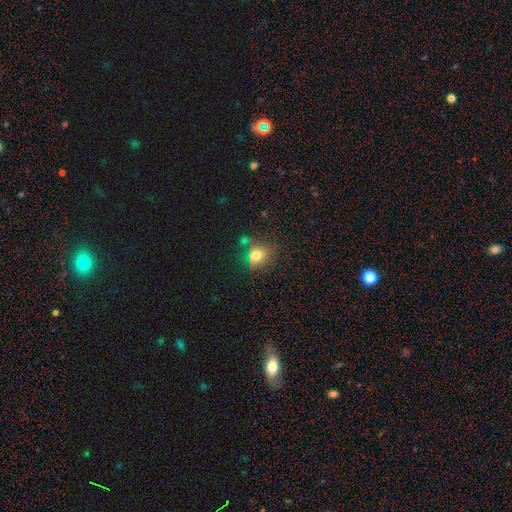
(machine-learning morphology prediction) Smooth or featured? smooth (77%)
How rounded? round (63%)
Merging? none (59%)